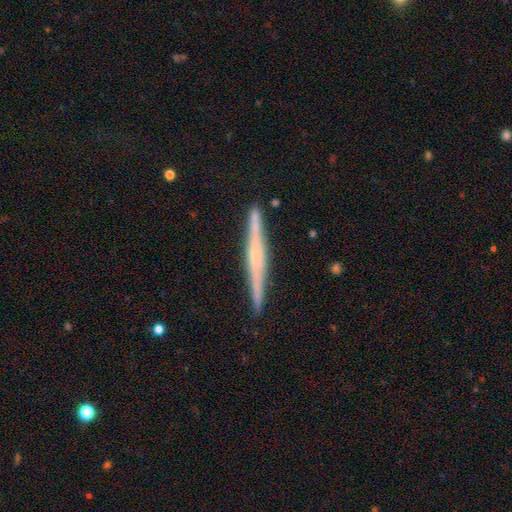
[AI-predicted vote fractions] A featured or disk galaxy (72%) viewed edge-on (98%) with a rounded central bulge (47%). Merging: none (89%).